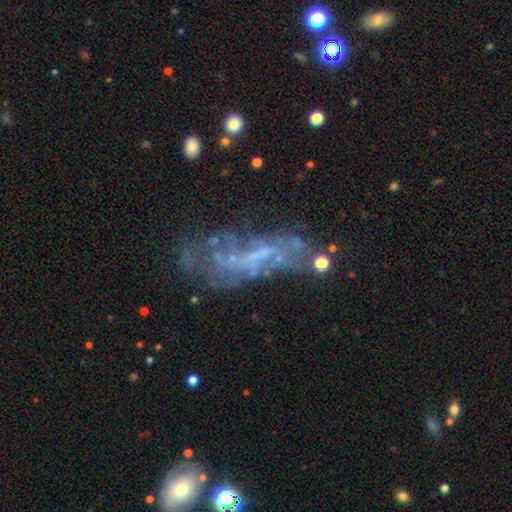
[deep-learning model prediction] The model was most divided on "merging": none: 42%, major disturbance: 26%, minor disturbance: 20%, merger: 12%. More confident: edge-on disk — no (88%); spiral arms — no (72%); smooth or featured — featured or disk (65%); bar — no (63%); bulge size — none (62%).